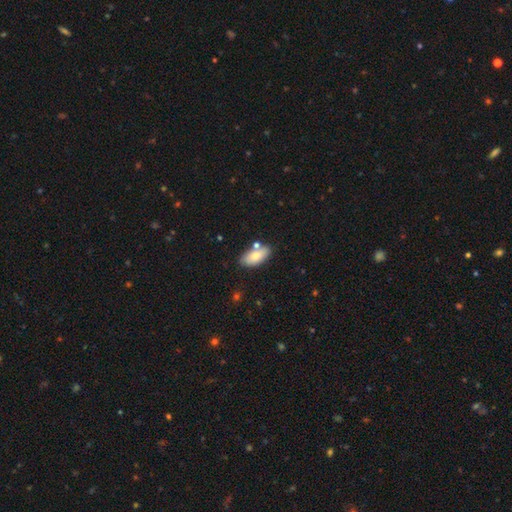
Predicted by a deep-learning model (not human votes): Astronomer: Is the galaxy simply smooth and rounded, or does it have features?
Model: smooth — 76%.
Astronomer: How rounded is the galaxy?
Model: in between — 90%.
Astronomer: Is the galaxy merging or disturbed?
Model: none — 72%.